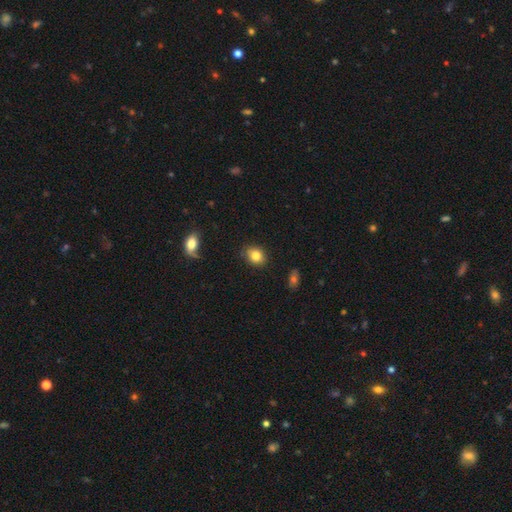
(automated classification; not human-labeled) Overall: smooth (83%). How rounded: round (52%; in between 47%). Merging: none (83%).